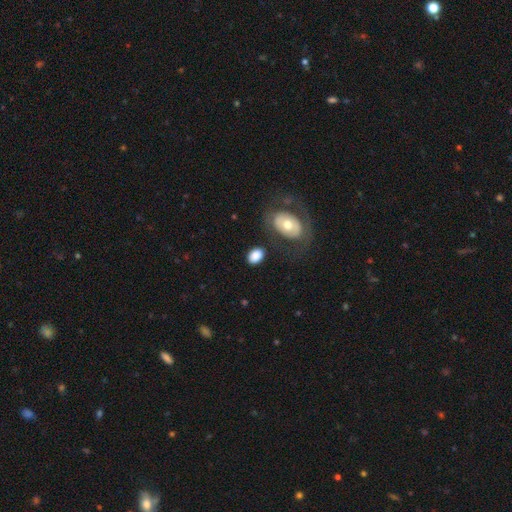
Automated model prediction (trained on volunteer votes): Smooth or featured? smooth (81%)
How rounded? in between (80%)
Merging? none (72%)